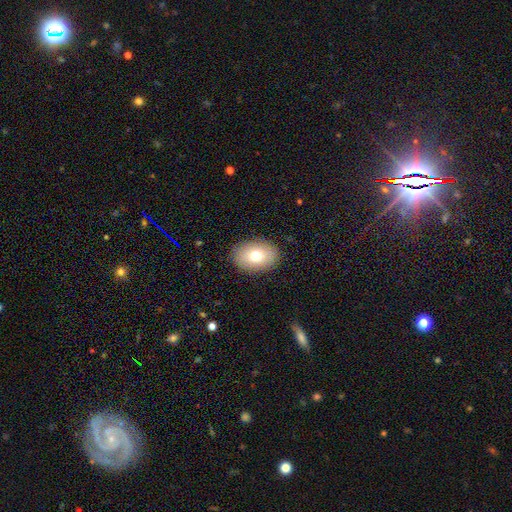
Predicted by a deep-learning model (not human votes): smooth-or-featured: smooth: 75% | featured or disk: 16% | star or artifact: 9%
  how-rounded: in between: 80% | round: 19% | cigar-shaped: 1%
  merging: none: 88% | minor disturbance: 8% | major disturbance: 3% | merger: 1%